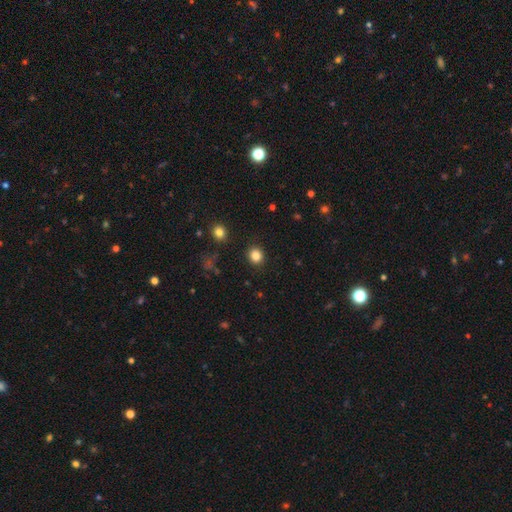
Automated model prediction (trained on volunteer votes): Overall: smooth (85%). How rounded: round (80%). Merging: none (90%).